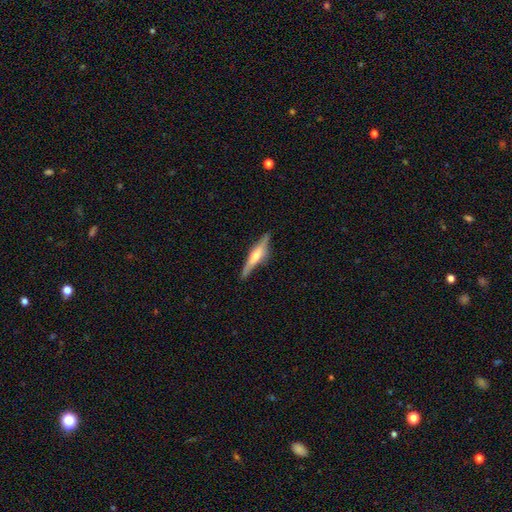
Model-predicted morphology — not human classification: type=featured or disk (69%); edge-on=yes (96%); edge-on bulge=rounded (85%); merging=none (86%).